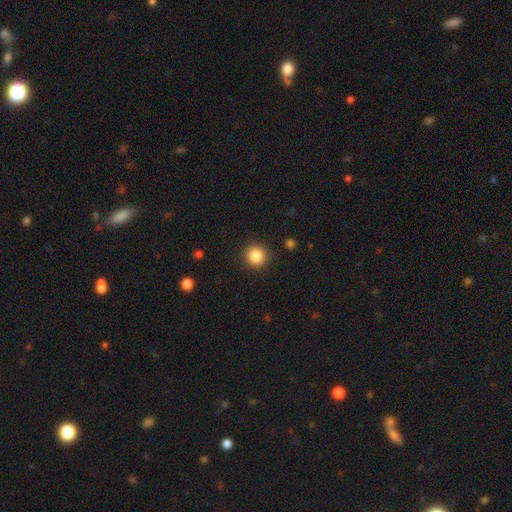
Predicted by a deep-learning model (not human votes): Smooth or featured?
  - smooth: 86% *
  - star or artifact: 10%
  - featured or disk: 4%
How rounded?
  - round: 92% *
  - in between: 7%
  - cigar-shaped: 1%
Merging?
  - none: 91% *
  - minor disturbance: 6%
  - major disturbance: 2%
  - merger: 1%